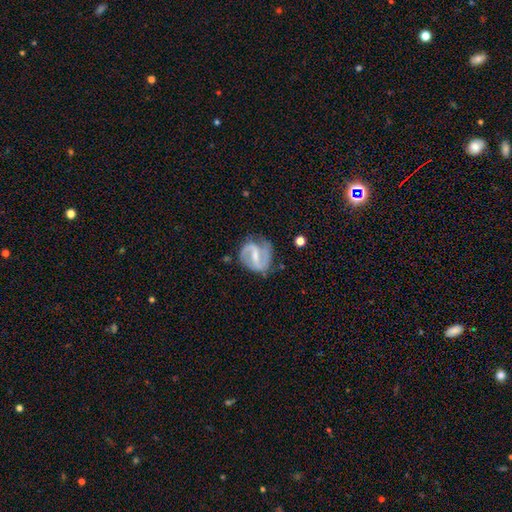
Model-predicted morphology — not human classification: Q: Smooth or featured?
A: featured or disk (83%); runner-up: smooth (11%)
Q: Edge-on disk?
A: no (97%); runner-up: yes (3%)
Q: Bar?
A: strong (51%); runner-up: weak (39%)
Q: Spiral arms?
A: yes (91%); runner-up: no (9%)
Q: Spiral winding?
A: medium (49%); runner-up: tight (26%)
Q: Spiral arm count?
A: 2 (82%); runner-up: 1 (8%)
Q: Bulge size?
A: small (47%); runner-up: moderate (33%)
Q: Merging?
A: none (62%); runner-up: minor disturbance (23%)